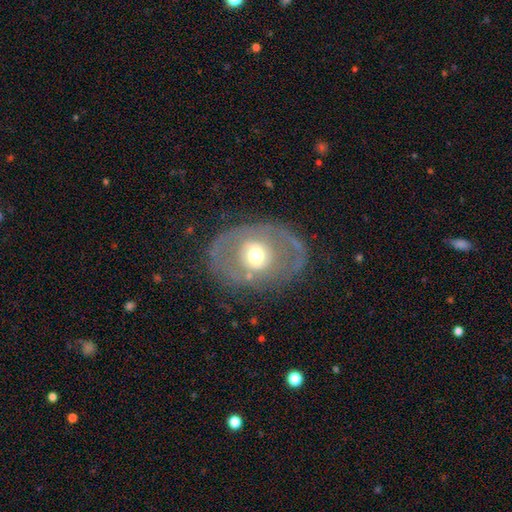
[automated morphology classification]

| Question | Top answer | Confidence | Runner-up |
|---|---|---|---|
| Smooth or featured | featured or disk | 60% | smooth (33%) |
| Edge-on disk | no | 94% | yes (6%) |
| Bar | no | 71% | weak (21%) |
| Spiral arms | no | 71% | yes (29%) |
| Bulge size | moderate | 65% | large (22%) |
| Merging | none | 72% | minor disturbance (15%) |